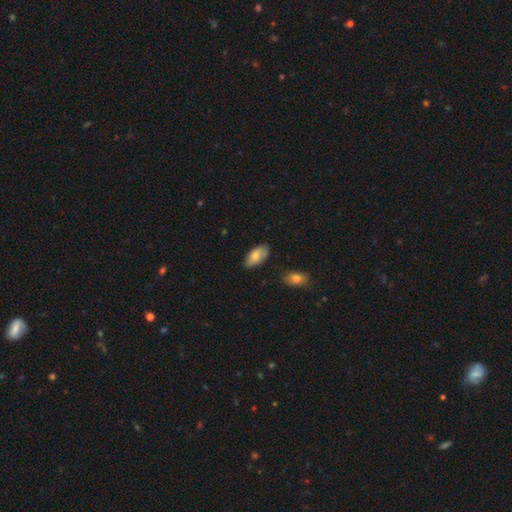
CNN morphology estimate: A smooth galaxy with no disk features (73%) that is in between round and cigar-shaped (93%). Merging: none (75%).